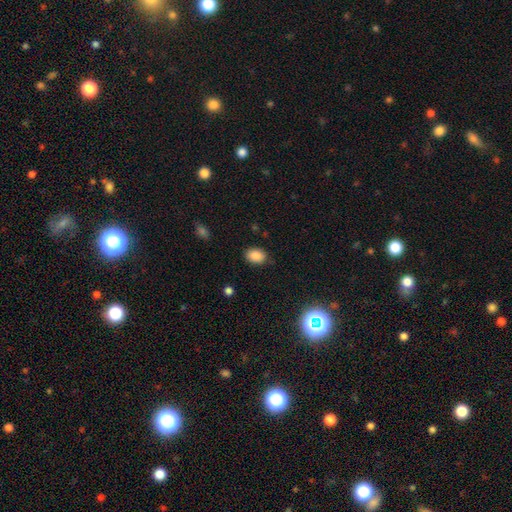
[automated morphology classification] type=smooth (87%); roundness=in between (75%); merging=none (84%).